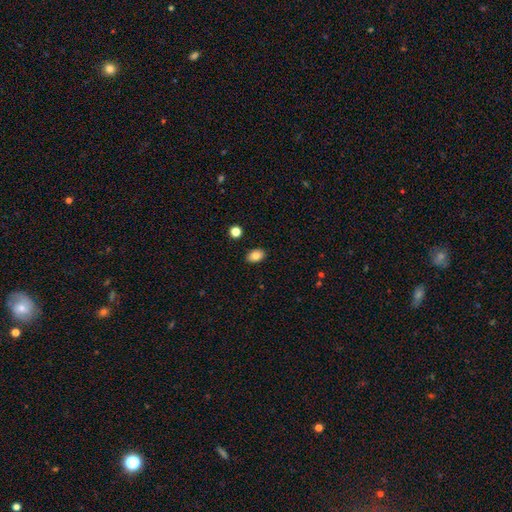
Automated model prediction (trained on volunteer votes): smooth-or-featured: smooth: 82% | featured or disk: 9% | star or artifact: 9%
  how-rounded: in between: 83% | round: 16% | cigar-shaped: 1%
  merging: none: 89% | minor disturbance: 8% | major disturbance: 2% | merger: 2%